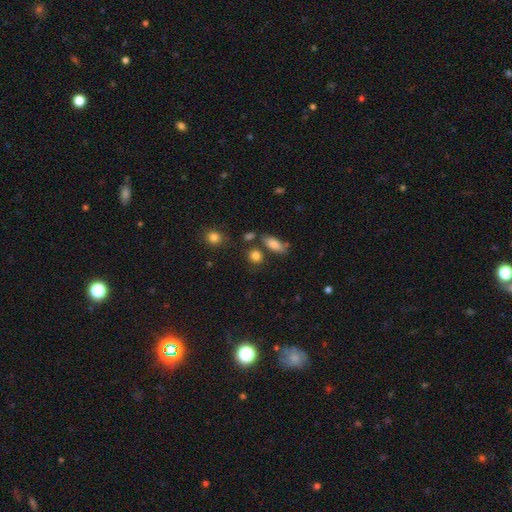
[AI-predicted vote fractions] A smooth galaxy with no disk features (83%) that is round (60%). Merging: none (71%).